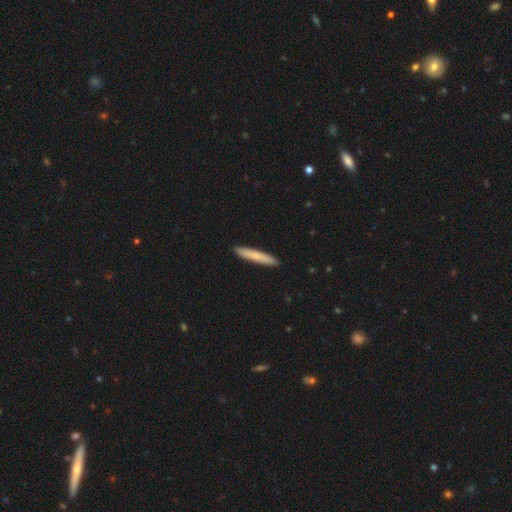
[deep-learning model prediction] The model was most divided on "smooth or featured": smooth: 74%, featured or disk: 21%, star or artifact: 6%. More confident: how rounded — cigar-shaped (94%); merging — none (92%).